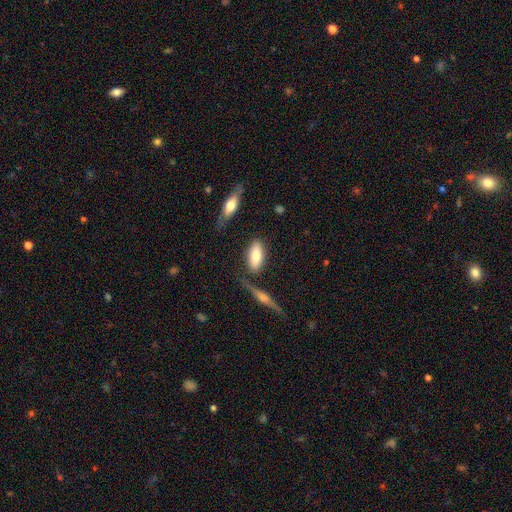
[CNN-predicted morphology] This appears to be a smooth galaxy with no disk features (77%) that is in between round and cigar-shaped (85%). Merging: none (75%).